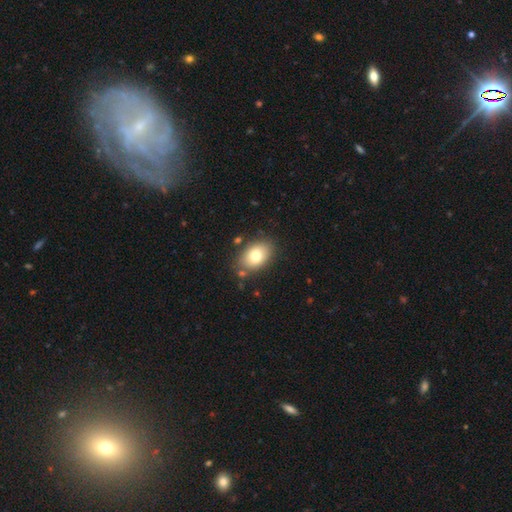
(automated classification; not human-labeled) Q: Smooth or featured?
A: smooth (78%); runner-up: featured or disk (14%)
Q: How rounded?
A: in between (85%); runner-up: round (14%)
Q: Merging?
A: none (80%); runner-up: minor disturbance (13%)